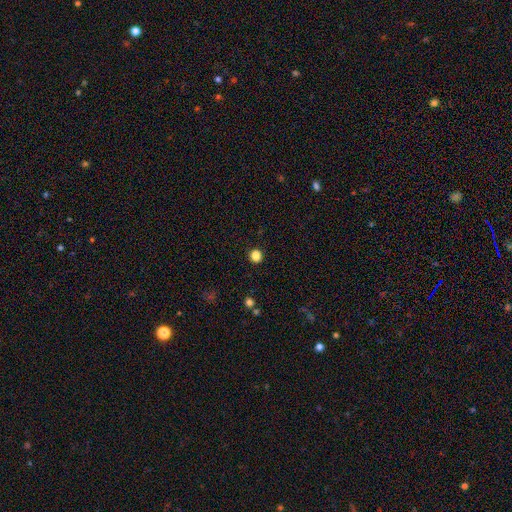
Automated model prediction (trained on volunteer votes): This is clearly a smooth galaxy (82%). How rounded: clearly round (91%). Merging: clearly none (90%).